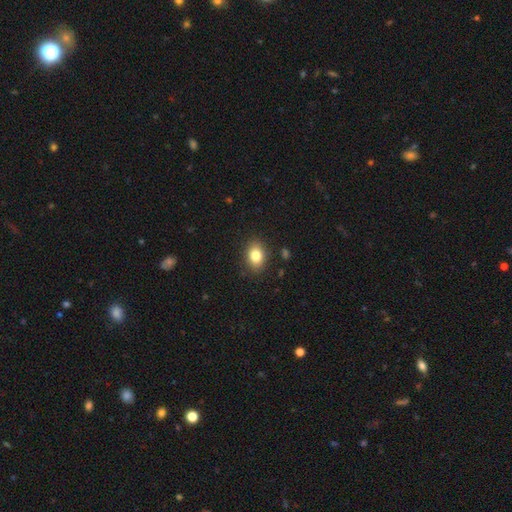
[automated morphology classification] smooth 82%, star or artifact 9%, featured or disk 9%. Down the decision tree: how rounded — in between (72%); merging — none (87%).